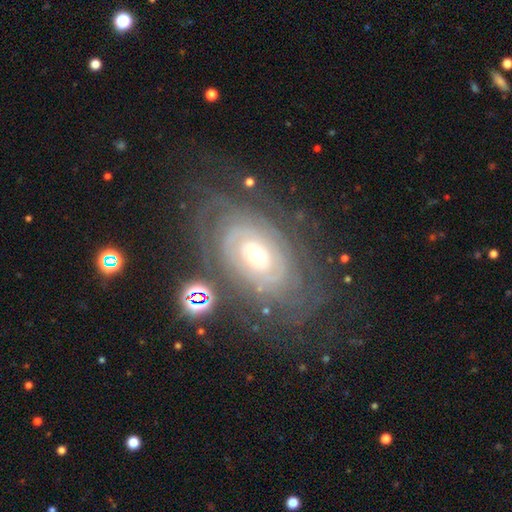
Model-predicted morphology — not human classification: type=featured or disk (84%); edge-on=no (95%); bar=no (78%); spiral arms=yes (91%); winding=tight (83%); arm count=can't tell (46%); bulge=small (52%); merging=none (70%).